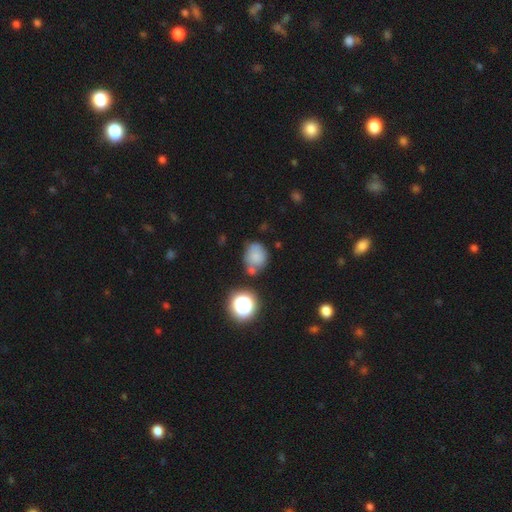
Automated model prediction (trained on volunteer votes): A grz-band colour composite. It shows a smooth galaxy with no disk features (75%) that is round (67%). Merging: none (54%).